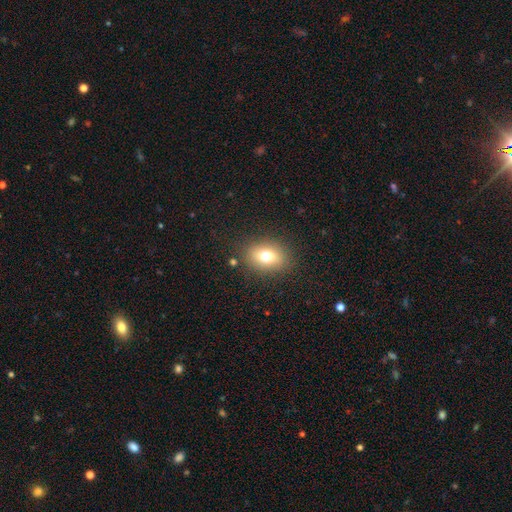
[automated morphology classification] smooth-or-featured: smooth: 73% | featured or disk: 15% | star or artifact: 13%
  how-rounded: in between: 71% | round: 27% | cigar-shaped: 2%
  merging: none: 87% | minor disturbance: 9% | major disturbance: 3% | merger: 2%